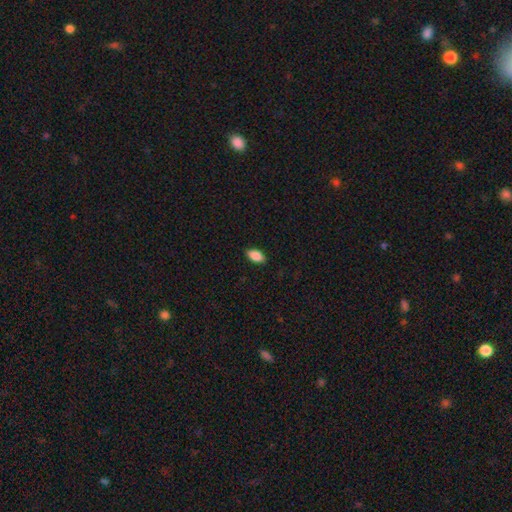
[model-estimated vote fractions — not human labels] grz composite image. It shows a smooth galaxy with no disk features (88%) that is in between round and cigar-shaped (92%). Merging: none (88%).